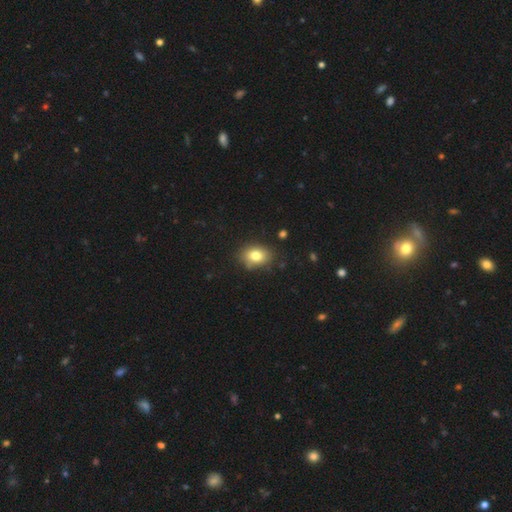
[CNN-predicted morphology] Overall: smooth (80%). How rounded: in between (68%; round 31%). Merging: none (78%).